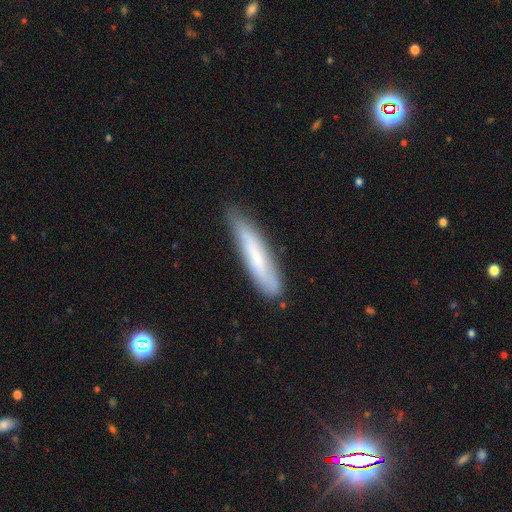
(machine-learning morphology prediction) A smooth galaxy with no disk features (61%) that is cigar-shaped (85%). Merging: none (71%).